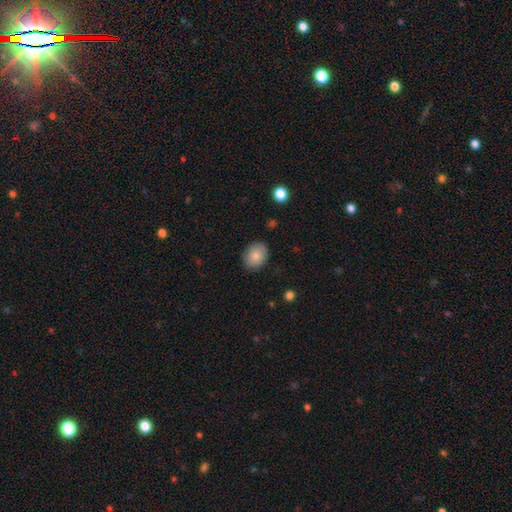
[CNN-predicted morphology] A smooth galaxy with no disk features (84%) that is in between round and cigar-shaped (64%). Merging: none (85%).